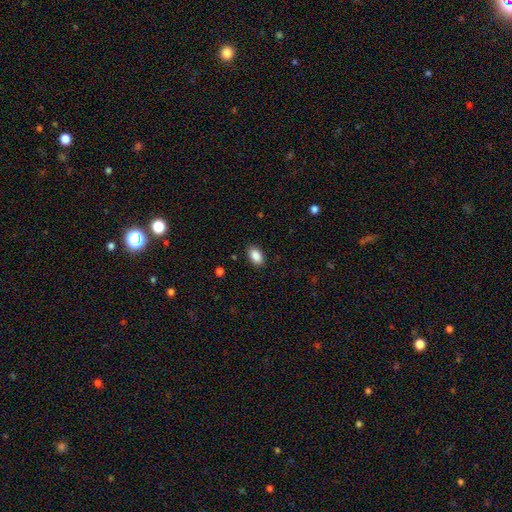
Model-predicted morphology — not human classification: Smooth or featured: smooth — 89% (star or artifact — 8%)
How rounded: in between — 91% (round — 8%)
Merging: none — 88% (minor disturbance — 9%)